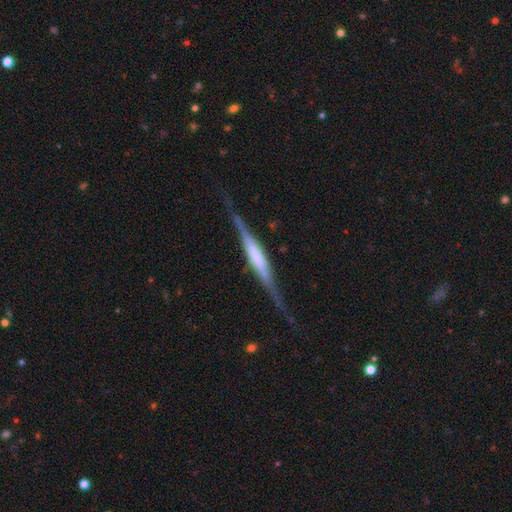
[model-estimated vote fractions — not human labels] A featured or disk galaxy (78%) viewed edge-on (97%) with a boxy central bulge (57%).

Vote fractions:
- Smooth or featured? featured or disk: 78% / smooth: 17% / star or artifact: 5%
- Edge-on disk? yes: 97% / no: 3%
- Edge-on bulge? boxy: 57% / rounded: 27% / none: 16%
- Merging? none: 77% / minor disturbance: 16% / major disturbance: 5% / merger: 2%